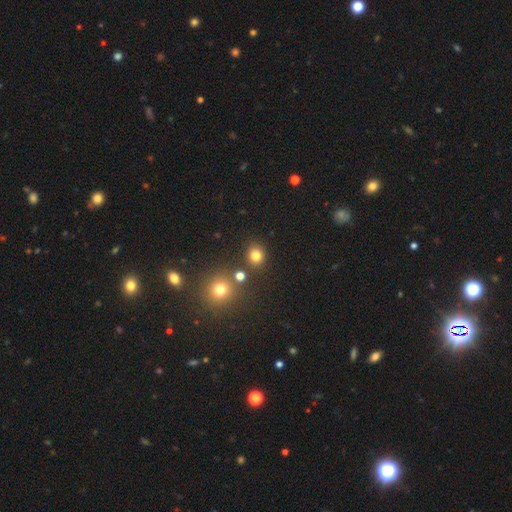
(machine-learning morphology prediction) Smooth or featured?
  - smooth: 79% *
  - star or artifact: 16%
  - featured or disk: 5%
How rounded?
  - round: 82% *
  - in between: 17%
  - cigar-shaped: 1%
Merging?
  - none: 82% *
  - minor disturbance: 8%
  - merger: 7%
  - major disturbance: 3%